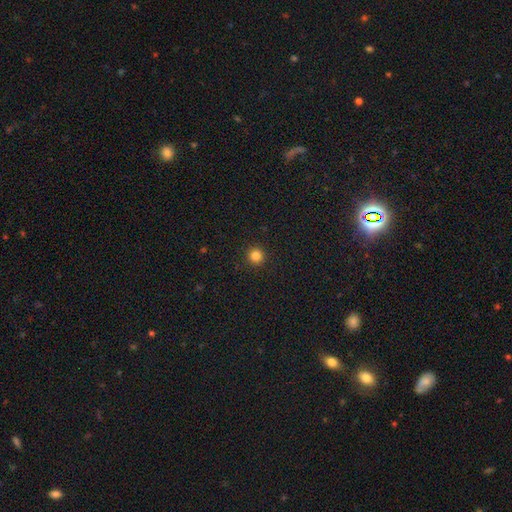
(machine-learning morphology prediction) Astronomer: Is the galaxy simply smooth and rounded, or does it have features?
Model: smooth — 84%.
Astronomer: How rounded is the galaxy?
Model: round — 96%.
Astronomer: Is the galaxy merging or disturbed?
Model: none — 93%.